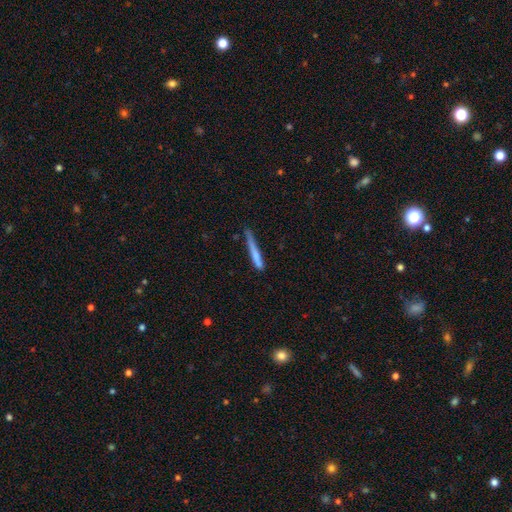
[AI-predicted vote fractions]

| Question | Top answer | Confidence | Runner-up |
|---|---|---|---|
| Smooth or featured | smooth | 66% | featured or disk (28%) |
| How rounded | cigar-shaped | 95% | in between (3%) |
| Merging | none | 59% | minor disturbance (26%) |